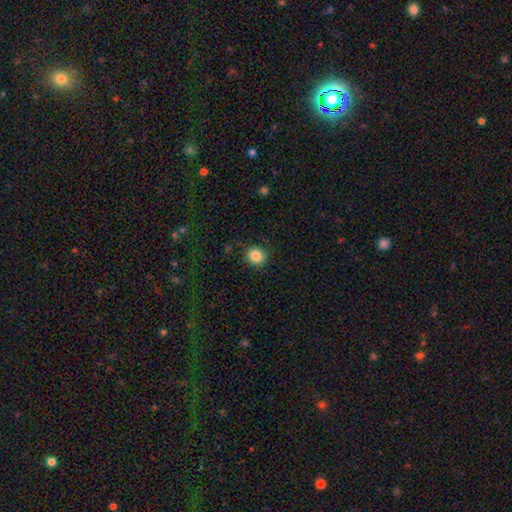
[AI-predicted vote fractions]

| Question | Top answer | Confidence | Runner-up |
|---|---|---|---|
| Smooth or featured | smooth | 86% | star or artifact (10%) |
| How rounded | round | 75% | in between (24%) |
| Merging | none | 88% | minor disturbance (8%) |